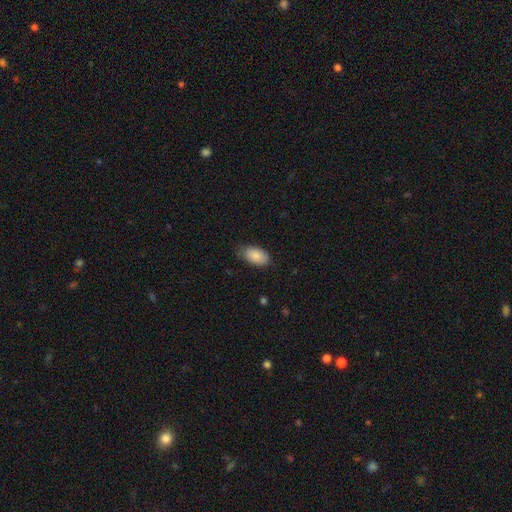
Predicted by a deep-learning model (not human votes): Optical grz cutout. It shows a smooth galaxy with no disk features (87%) that is in between round and cigar-shaped (94%). Merging: none (69%).